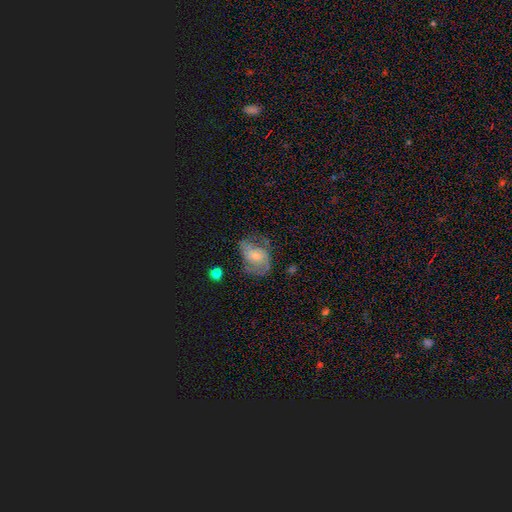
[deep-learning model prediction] Morphology: type=featured or disk (65%); edge-on=no (97%); bar=no (69%); spiral arms=yes (83%); winding=medium (45%); arm count=2 (50%); bulge=small (50%); merging=none (50%).